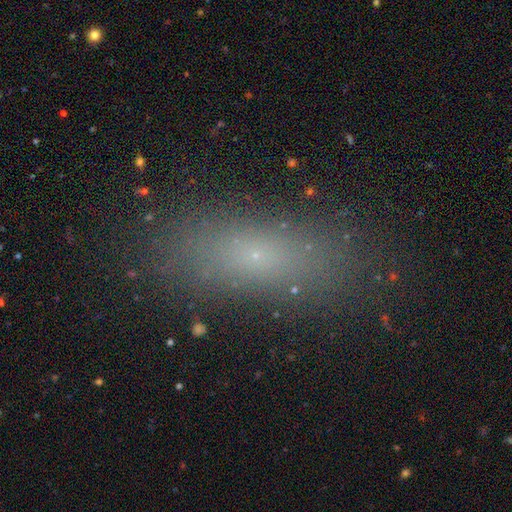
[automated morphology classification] smooth-or-featured: smooth: 66% | star or artifact: 17% | featured or disk: 17%
  how-rounded: in between: 56% | cigar-shaped: 39% | round: 5%
  merging: none: 84% | minor disturbance: 11% | major disturbance: 4% | merger: 1%